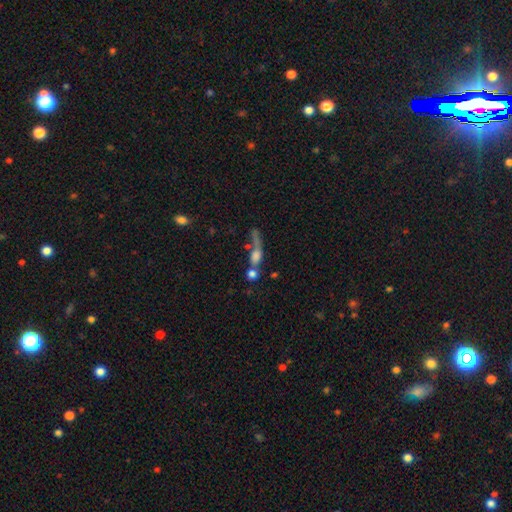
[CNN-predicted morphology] smooth_or_featured: smooth (p=0.55) [alt: featured or disk p=0.29]
how_rounded: in between (p=0.37) [alt: round p=0.33]
merging: merger (p=0.43) [alt: major disturbance p=0.24]